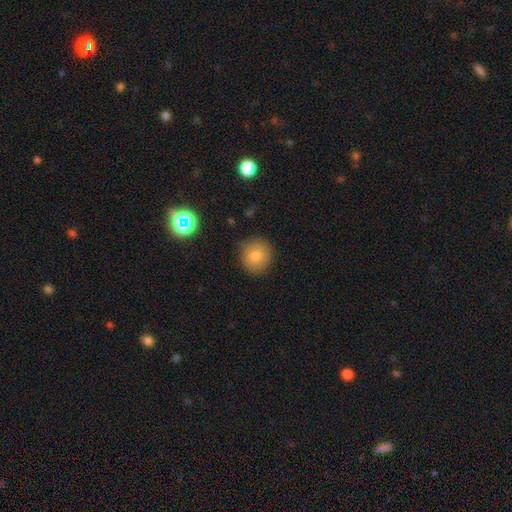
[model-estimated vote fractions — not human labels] smooth_or_featured: smooth (p=0.80) [alt: star or artifact p=0.11]
how_rounded: round (p=0.89) [alt: in between p=0.10]
merging: none (p=0.86) [alt: minor disturbance p=0.10]